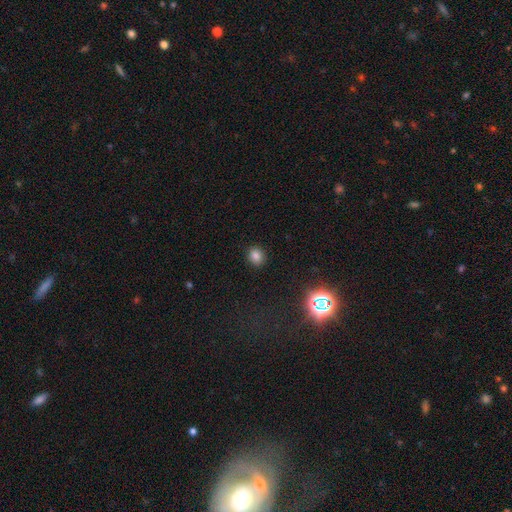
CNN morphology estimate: Smooth or featured? smooth (81%)
How rounded? round (70%)
Merging? none (90%)